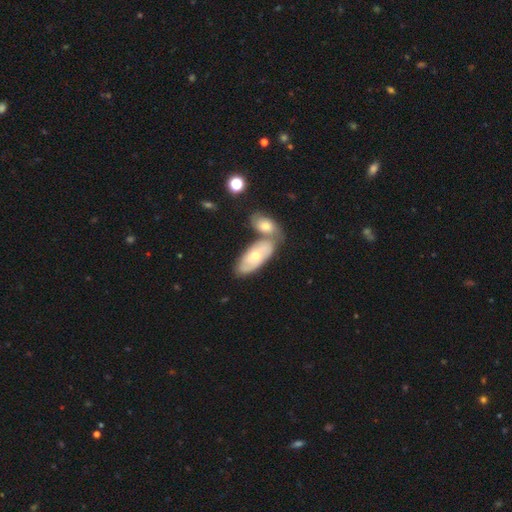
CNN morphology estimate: A featured or disk galaxy (49%).

Vote fractions:
- Smooth or featured? featured or disk: 49% / smooth: 46% / star or artifact: 6%
- Merging? none: 46% / merger: 40% / minor disturbance: 11% / major disturbance: 3%